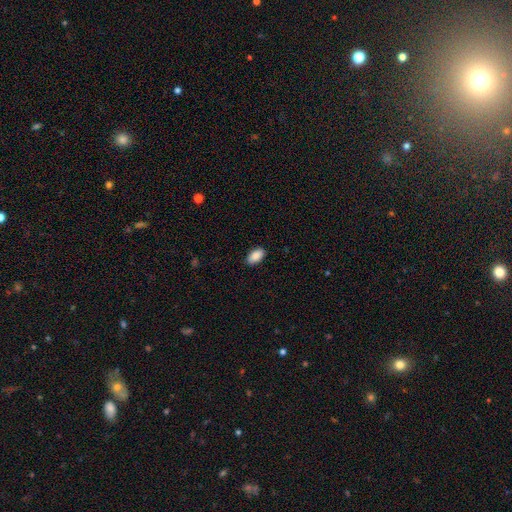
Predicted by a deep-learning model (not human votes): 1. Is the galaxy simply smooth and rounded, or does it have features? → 90% smooth, 7% star or artifact, 4% featured or disk.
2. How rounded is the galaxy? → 94% in between, 4% round, 2% cigar-shaped.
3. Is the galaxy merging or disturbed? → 88% none, 9% minor disturbance, 2% major disturbance, 1% merger.